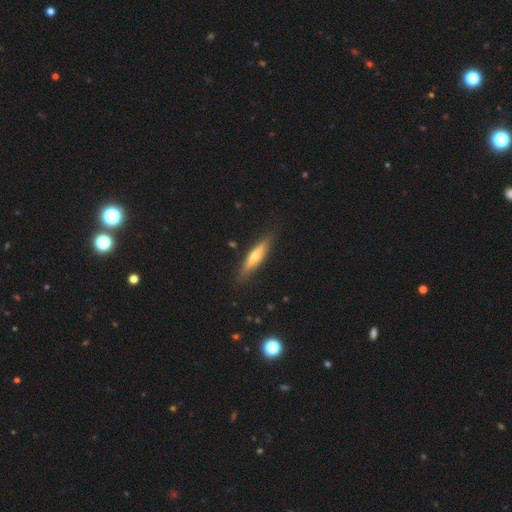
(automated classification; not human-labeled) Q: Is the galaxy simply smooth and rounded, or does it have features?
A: featured or disk — 51%.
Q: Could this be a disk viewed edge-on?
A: yes — 91%.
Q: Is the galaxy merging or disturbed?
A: none — 86%.